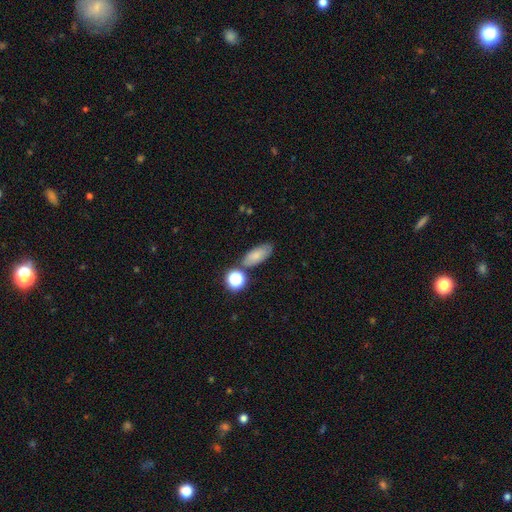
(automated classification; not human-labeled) Smooth or featured? Predicted: smooth (p=0.76). How rounded? Predicted: in between (p=0.81). Merging? Predicted: none (p=0.69).